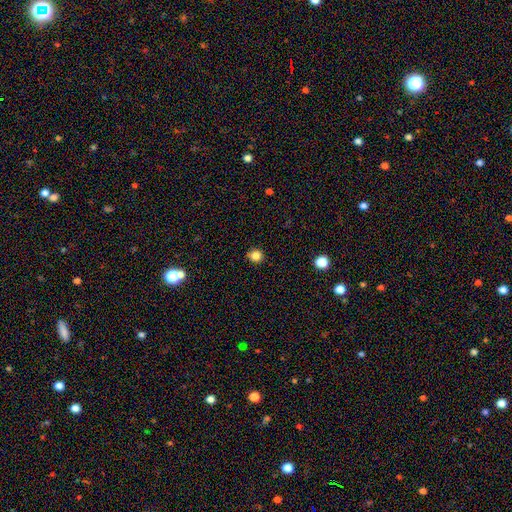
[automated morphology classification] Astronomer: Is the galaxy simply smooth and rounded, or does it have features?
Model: smooth — 82%.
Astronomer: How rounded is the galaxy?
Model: round — 87%.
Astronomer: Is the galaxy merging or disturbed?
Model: none — 88%.